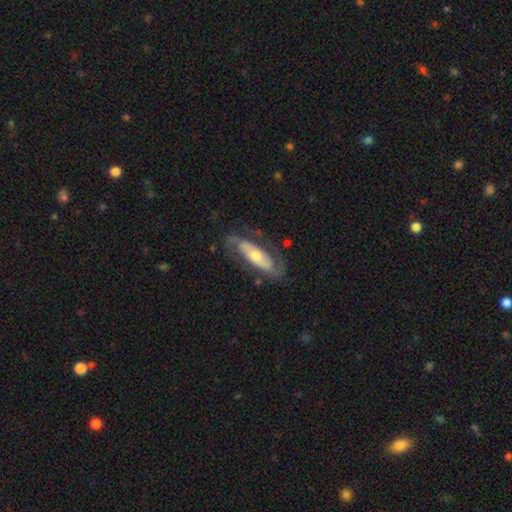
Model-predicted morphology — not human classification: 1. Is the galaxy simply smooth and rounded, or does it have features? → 74% featured or disk, 21% smooth, 5% star or artifact.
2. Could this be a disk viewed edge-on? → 86% no, 14% yes.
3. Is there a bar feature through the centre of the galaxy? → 52% no, 25% strong, 23% weak.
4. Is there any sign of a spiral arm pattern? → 81% yes, 19% no.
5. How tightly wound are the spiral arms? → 41% medium, 37% tight, 22% loose.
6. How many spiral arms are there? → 79% 2, 13% can't tell, 4% 1, 2% 3, 1% 4, 1% more than 4.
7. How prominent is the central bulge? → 55% moderate, 35% small, 7% large, 2% none, 1% dominant.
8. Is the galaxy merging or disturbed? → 69% none, 18% minor disturbance, 11% major disturbance, 2% merger.